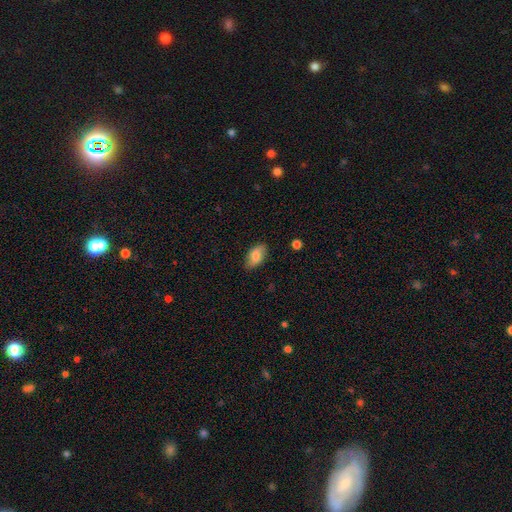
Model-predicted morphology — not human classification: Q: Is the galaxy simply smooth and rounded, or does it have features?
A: smooth — 78%.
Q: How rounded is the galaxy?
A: in between — 93%.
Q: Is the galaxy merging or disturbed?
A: none — 84%.